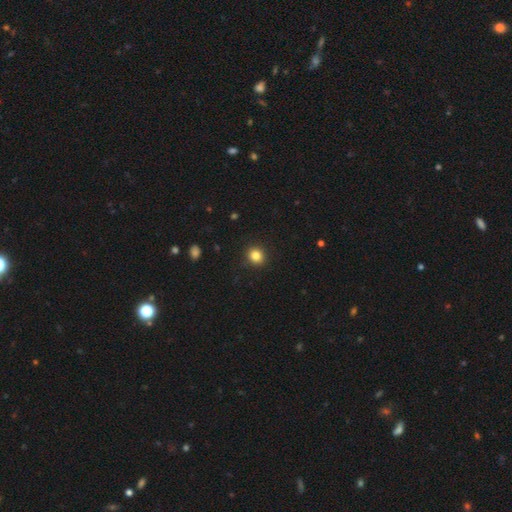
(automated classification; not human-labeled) Q: Smooth or featured?
A: smooth (84%); runner-up: star or artifact (11%)
Q: How rounded?
A: round (87%); runner-up: in between (12%)
Q: Merging?
A: none (92%); runner-up: minor disturbance (5%)